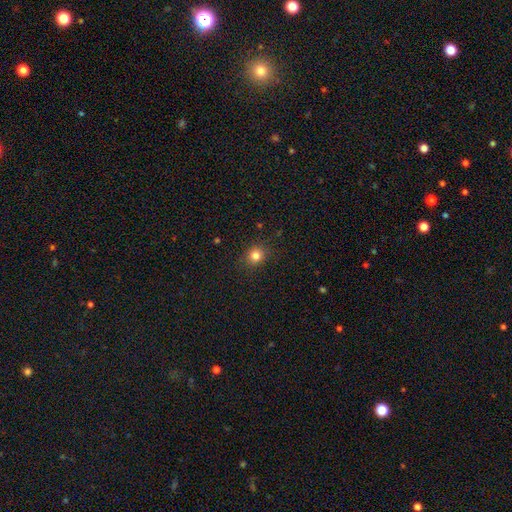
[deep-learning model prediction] A smooth galaxy with no disk features (82%) that is round (81%). Merging: none (88%).